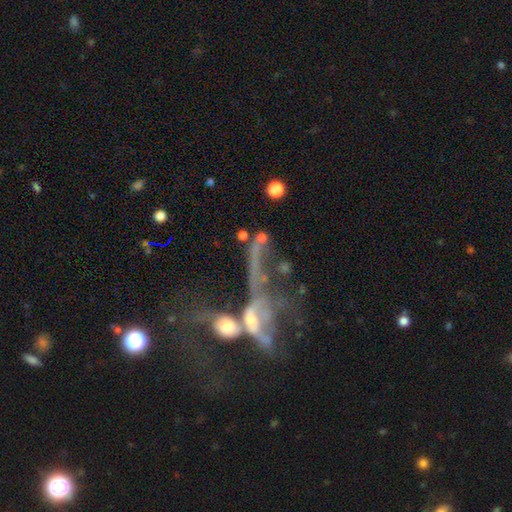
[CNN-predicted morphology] Smooth or featured: featured or disk — 51% (smooth — 30%)
Edge-on disk: no — 76% (yes — 24%)
Merging: merger — 57% (major disturbance — 24%)